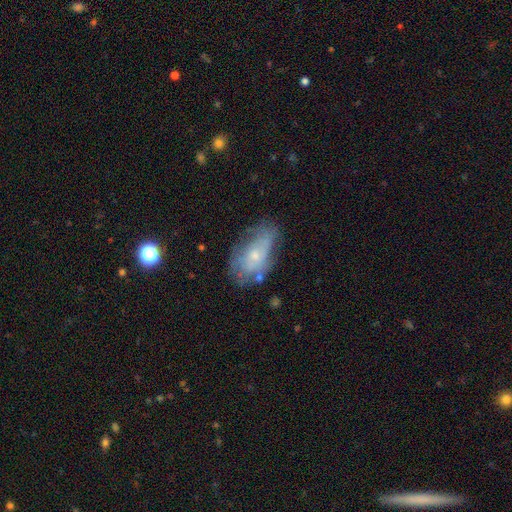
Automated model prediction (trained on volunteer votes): Q: Smooth or featured?
A: featured or disk (48%); runner-up: smooth (43%)
Q: Merging?
A: none (47%); runner-up: minor disturbance (30%)